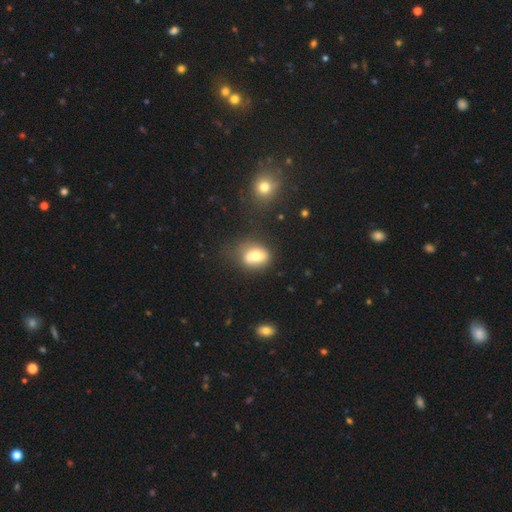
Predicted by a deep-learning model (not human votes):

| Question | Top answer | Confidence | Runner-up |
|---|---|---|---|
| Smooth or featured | smooth | 65% | featured or disk (25%) |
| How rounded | in between | 64% | round (34%) |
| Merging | none | 59% | minor disturbance (25%) |